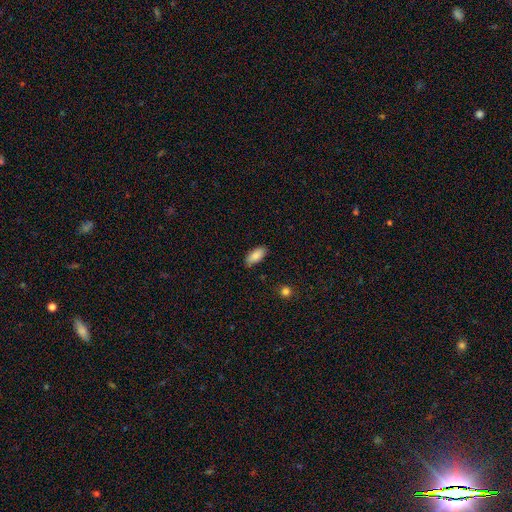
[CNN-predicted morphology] Smooth or featured? smooth (86%)
How rounded? in between (89%)
Merging? none (83%)